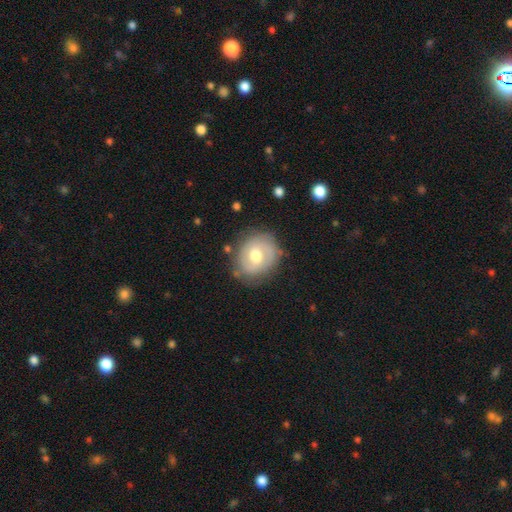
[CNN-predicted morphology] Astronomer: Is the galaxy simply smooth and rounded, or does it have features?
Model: smooth — 47% (runner-up: featured or disk, 46%).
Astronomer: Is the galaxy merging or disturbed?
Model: none — 76%.